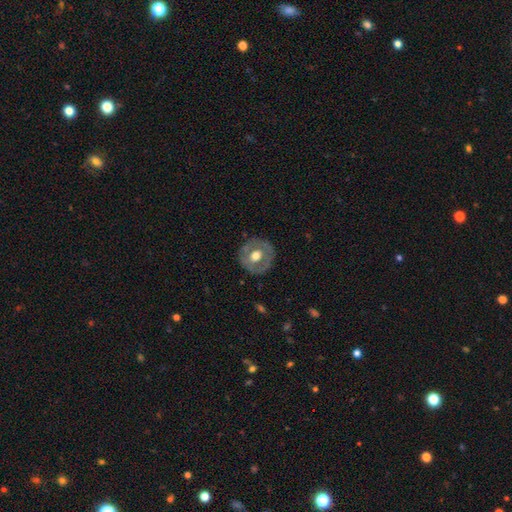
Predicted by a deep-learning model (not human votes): A featured or disk galaxy (52%). Merging: none (84%).